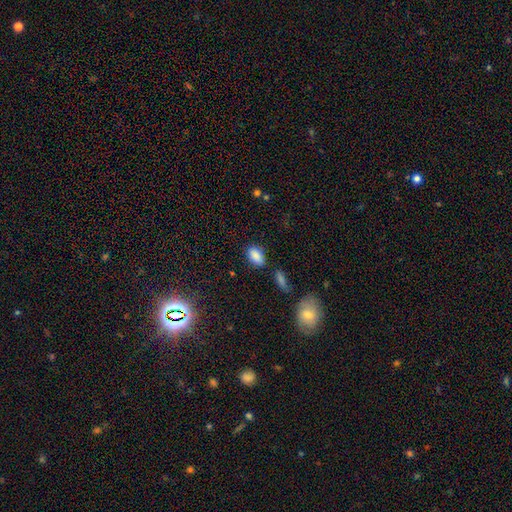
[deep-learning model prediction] smooth_or_featured: smooth (p=0.87) [alt: star or artifact p=0.09]
how_rounded: in between (p=0.91) [alt: round p=0.06]
merging: none (p=0.78) [alt: minor disturbance p=0.13]